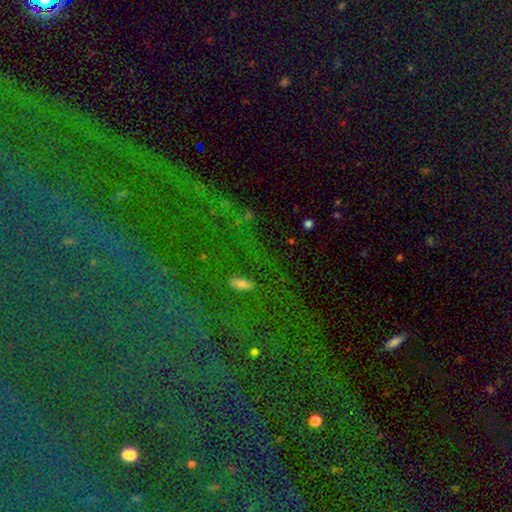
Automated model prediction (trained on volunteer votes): star or artifact 81%, featured or disk 10%, smooth 9%.